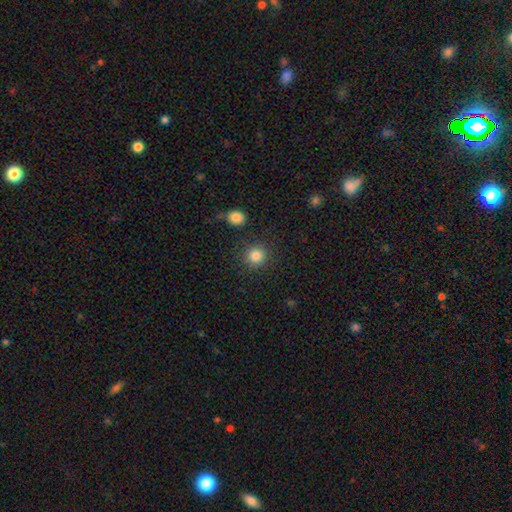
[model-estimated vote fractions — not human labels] Smooth or featured?
  - smooth: 84% *
  - star or artifact: 11%
  - featured or disk: 5%
How rounded?
  - round: 91% *
  - in between: 8%
  - cigar-shaped: 1%
Merging?
  - none: 86% *
  - minor disturbance: 8%
  - merger: 3%
  - major disturbance: 3%